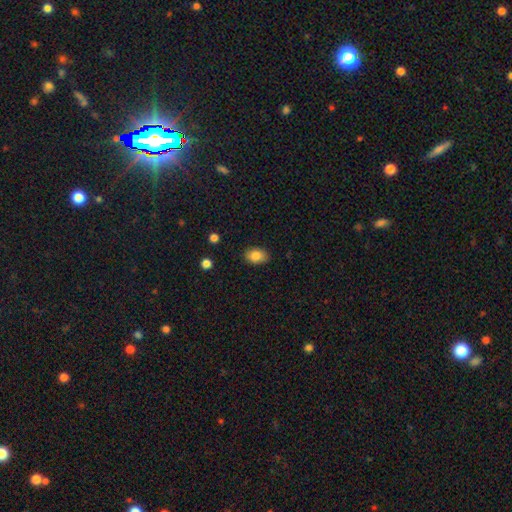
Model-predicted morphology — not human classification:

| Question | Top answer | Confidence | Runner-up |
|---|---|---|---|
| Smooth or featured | smooth | 85% | star or artifact (9%) |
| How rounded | in between | 81% | round (18%) |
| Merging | none | 84% | minor disturbance (12%) |